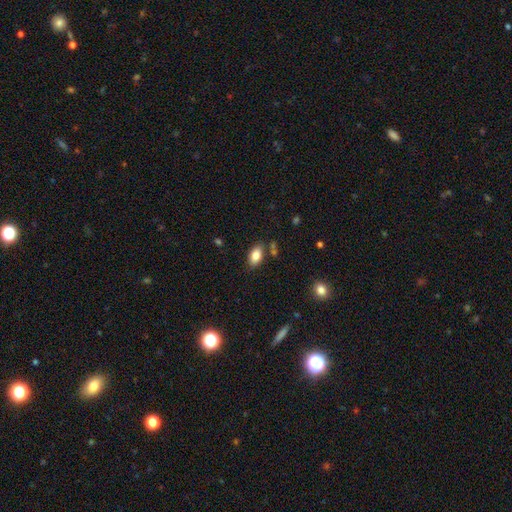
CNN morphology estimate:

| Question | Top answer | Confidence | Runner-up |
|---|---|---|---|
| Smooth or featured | smooth | 84% | featured or disk (8%) |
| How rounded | in between | 92% | round (5%) |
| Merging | none | 79% | minor disturbance (12%) |